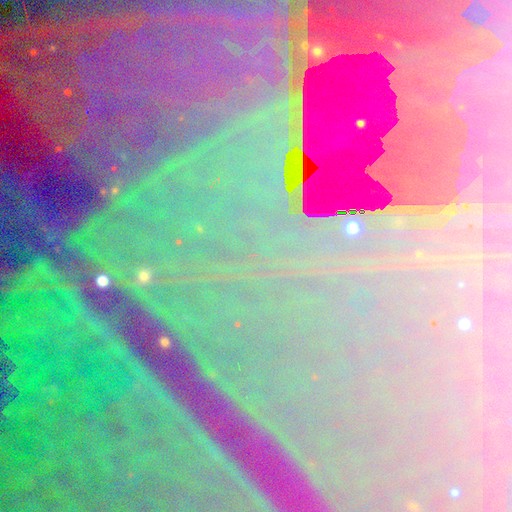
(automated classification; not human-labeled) Morphology: type=star or artifact (88%).